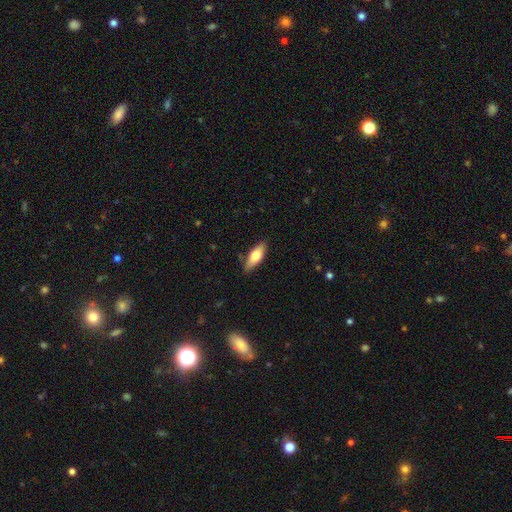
Smooth or featured? 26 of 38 (68%) said smooth. How rounded? 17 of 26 (65%) said in between. Merging? 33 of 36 (92%) said none.